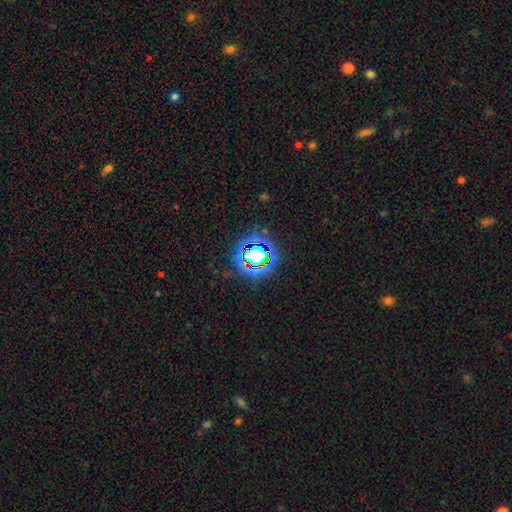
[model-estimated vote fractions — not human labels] This is likely a star or artifact rather than a galaxy (65%).